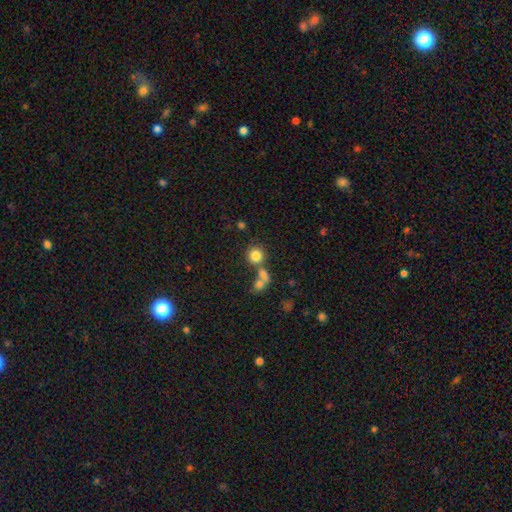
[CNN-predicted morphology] The model was most divided on "merging": none: 61%, merger: 26%, minor disturbance: 9%, major disturbance: 5%. More confident: how rounded — round (90%); smooth or featured — smooth (81%).